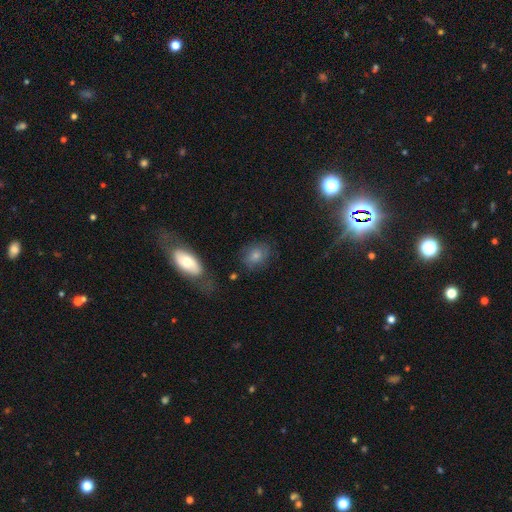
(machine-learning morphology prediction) This is likely a smooth galaxy (69%). How rounded: possibly in between (56%). Merging: likely none (70%).